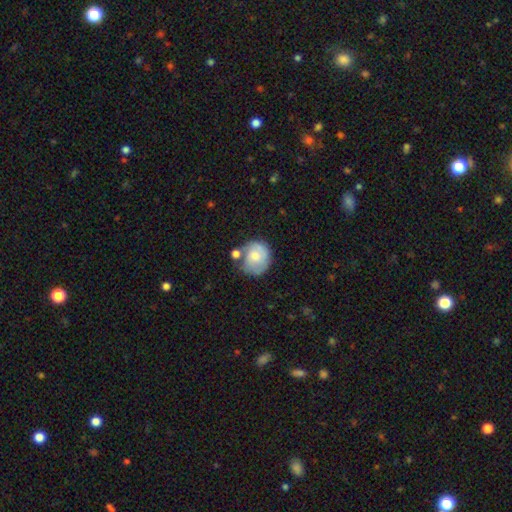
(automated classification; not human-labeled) Morphology: type=smooth (58%); roundness=round (77%); merging=none (49%).